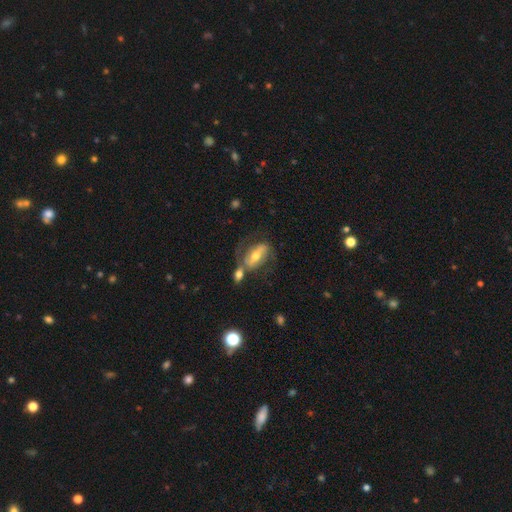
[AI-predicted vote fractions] A featured or disk galaxy (66%) with a strong bar (47%), spiral arms (71%) and a moderate central bulge (64%). Merging: none (48%).